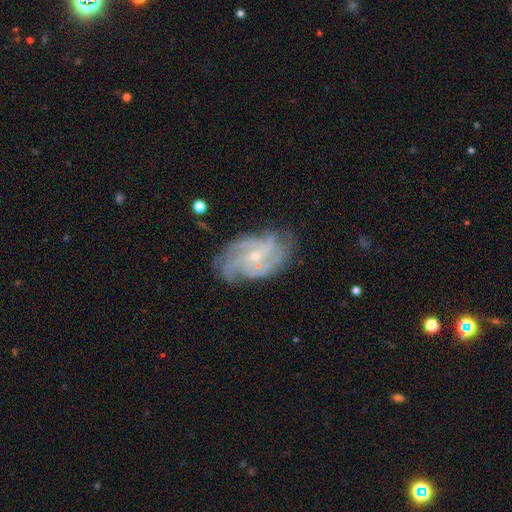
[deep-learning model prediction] smooth_or_featured: featured or disk (p=0.86) [alt: smooth p=0.07]
disk_edge_on: no (p=0.96) [alt: yes p=0.04]
bar: no (p=0.58) [alt: weak p=0.35]
has_spiral_arms: yes (p=0.96) [alt: no p=0.04]
spiral_winding: tight (p=0.52) [alt: medium p=0.38]
spiral_arm_count: 4 (p=0.29) [alt: can't tell p=0.24]
bulge_size: small (p=0.74) [alt: moderate p=0.22]
merging: none (p=0.76) [alt: minor disturbance p=0.17]